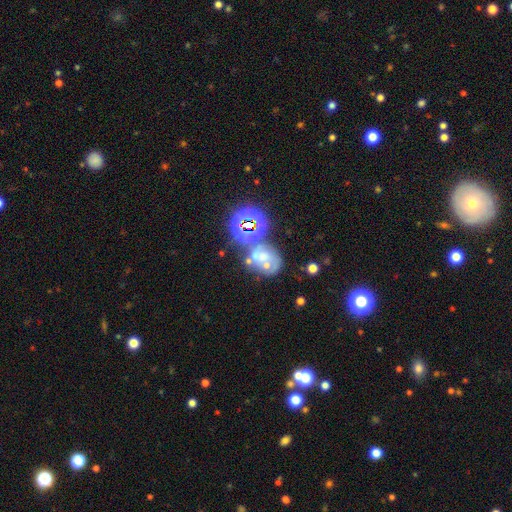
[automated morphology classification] This is marginally a featured or disk galaxy (36%). Merging: marginally none (36%).